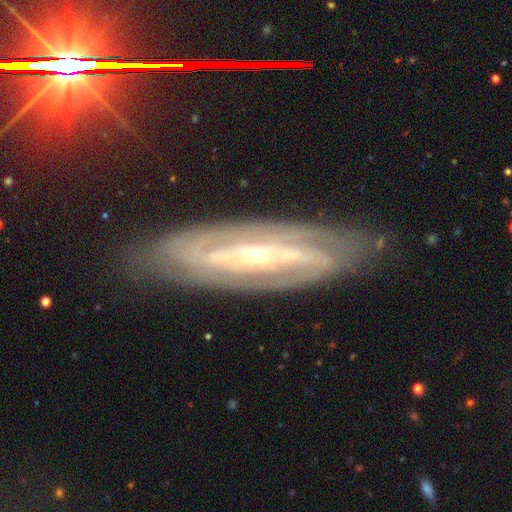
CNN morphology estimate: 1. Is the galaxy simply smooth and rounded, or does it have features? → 87% featured or disk, 7% star or artifact, 6% smooth.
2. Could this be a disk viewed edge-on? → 87% no, 13% yes.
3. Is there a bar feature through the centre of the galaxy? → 38% strong, 32% no, 30% weak.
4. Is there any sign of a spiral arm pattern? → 95% yes, 5% no.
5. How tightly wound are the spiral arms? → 56% tight, 35% medium, 9% loose.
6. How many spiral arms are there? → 60% 2, 19% can't tell, 9% 3, 4% 4, 4% more than 4, 4% 1.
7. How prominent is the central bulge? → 68% small, 29% moderate, 1% large, 1% none, 1% dominant.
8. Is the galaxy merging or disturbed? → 82% none, 13% minor disturbance, 4% major disturbance, 1% merger.